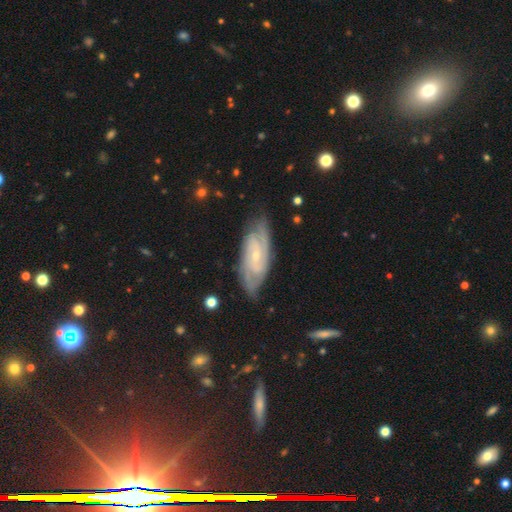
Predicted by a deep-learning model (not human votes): This is clearly a featured or disk galaxy (85%). It is clearly not viewed edge-on (92%). Bar: possibly no (52%). Spiral arm pattern: clearly yes (96%). Spiral arm count: possibly 2 (45%). Spiral winding: possibly tight (57%). Central bulge: likely small (75%). Merging: likely none (79%).